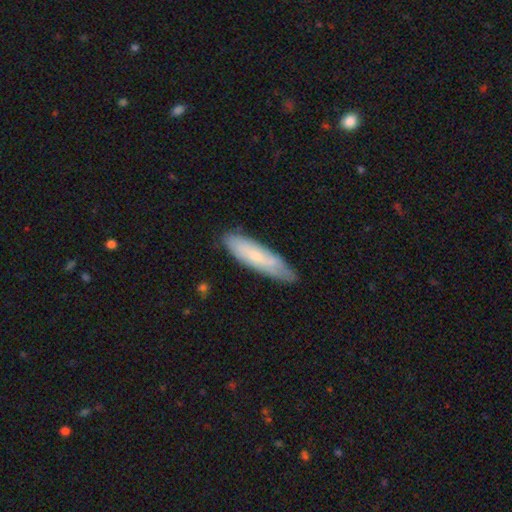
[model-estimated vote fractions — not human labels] This appears to be a smooth galaxy with no disk features (61%) that is cigar-shaped (68%). Merging: none (77%).